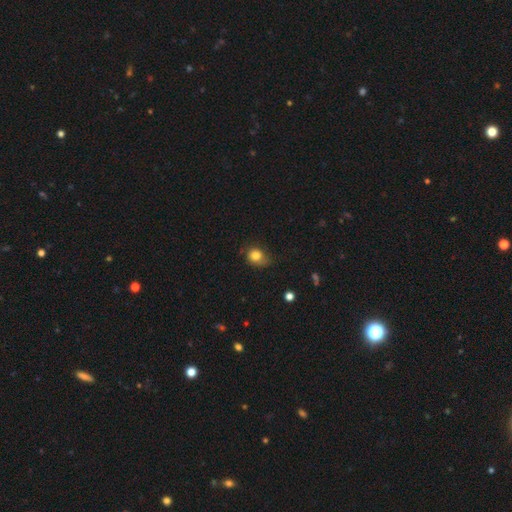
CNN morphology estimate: Q: Smooth or featured?
A: smooth (81%); runner-up: star or artifact (10%)
Q: How rounded?
A: round (61%); runner-up: in between (38%)
Q: Merging?
A: none (54%); runner-up: minor disturbance (33%)